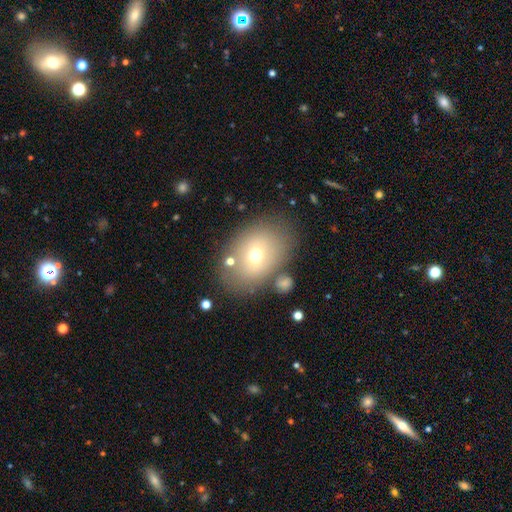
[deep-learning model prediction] Overall: smooth (65%). How rounded: in between (78%). Merging: none (74%).